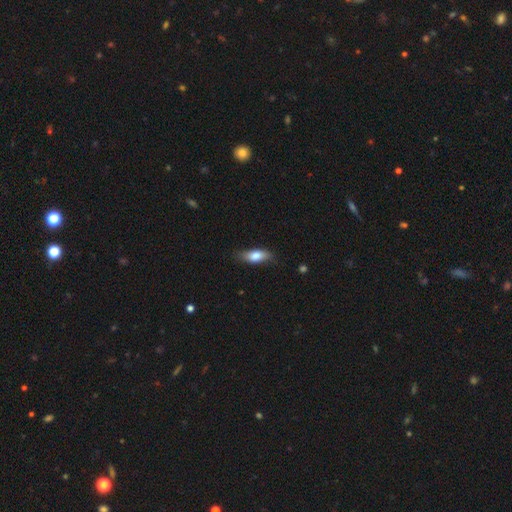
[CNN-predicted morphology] Q: Smooth or featured?
A: smooth (74%); runner-up: featured or disk (20%)
Q: How rounded?
A: in between (70%); runner-up: cigar-shaped (27%)
Q: Merging?
A: none (76%); runner-up: minor disturbance (20%)